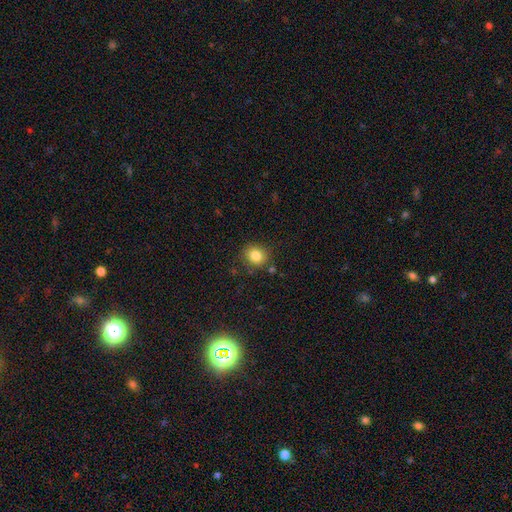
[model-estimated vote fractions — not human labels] Smooth or featured?
  - smooth: 83% *
  - star or artifact: 11%
  - featured or disk: 6%
How rounded?
  - round: 78% *
  - in between: 21%
  - cigar-shaped: 1%
Merging?
  - none: 84% *
  - minor disturbance: 10%
  - merger: 3%
  - major disturbance: 3%